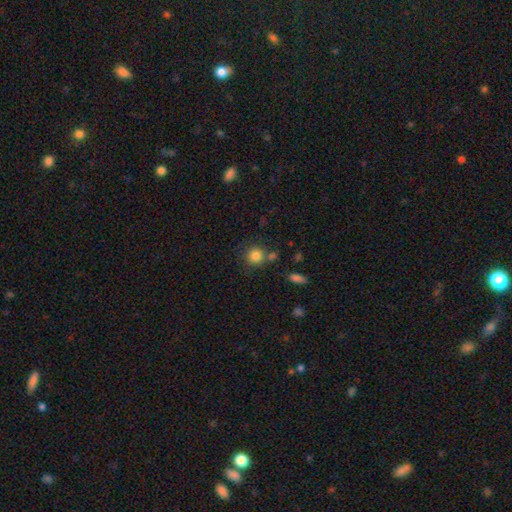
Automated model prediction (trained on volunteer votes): The model was most divided on "merging": none: 70%, merger: 15%, minor disturbance: 11%, major disturbance: 4%. More confident: how rounded — round (90%); smooth or featured — smooth (83%).